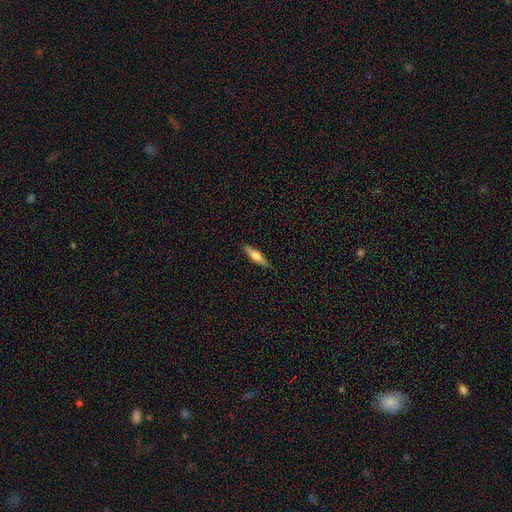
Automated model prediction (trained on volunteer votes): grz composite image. It shows a smooth galaxy with no disk features (65%) that is cigar-shaped (72%). Merging: none (88%).